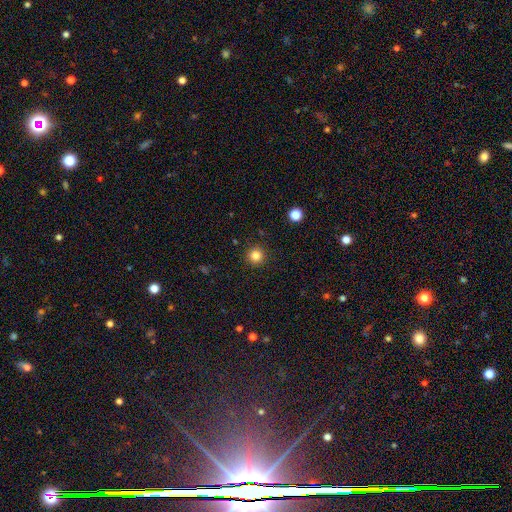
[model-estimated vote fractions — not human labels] Q: Smooth or featured?
A: smooth (83%); runner-up: star or artifact (12%)
Q: How rounded?
A: round (95%); runner-up: in between (4%)
Q: Merging?
A: none (92%); runner-up: minor disturbance (5%)